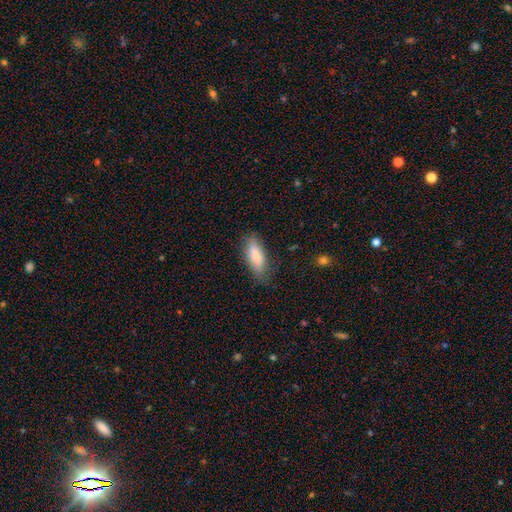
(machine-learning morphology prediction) smooth-or-featured: smooth: 81% | featured or disk: 13% | star or artifact: 6%
  how-rounded: in between: 64% | cigar-shaped: 34% | round: 2%
  merging: none: 79% | minor disturbance: 16% | major disturbance: 4% | merger: 1%